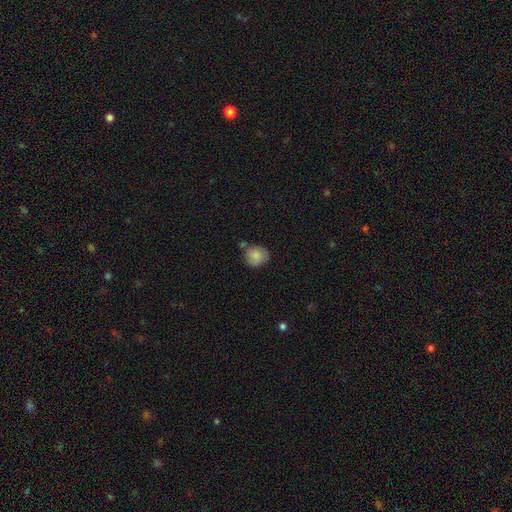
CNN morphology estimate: This appears to be a smooth galaxy with no disk features (84%) that is round (82%). Merging: none (62%).